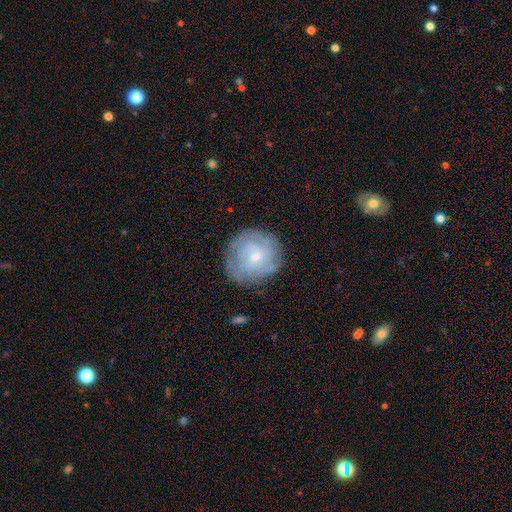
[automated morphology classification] type=featured or disk (58%); edge-on=no (97%); bar=no (66%); spiral arms=yes (76%); bulge=small (66%); merging=none (80%).